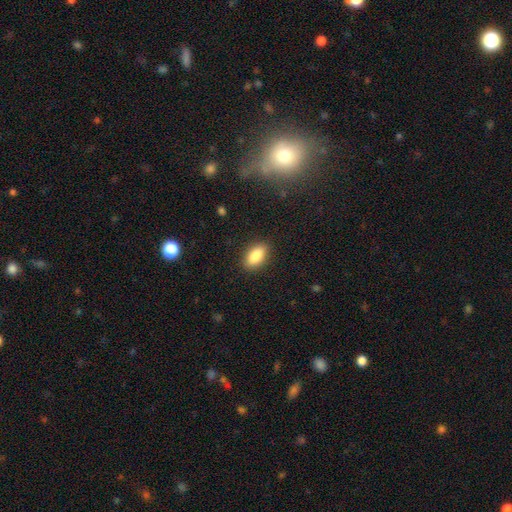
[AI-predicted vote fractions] Smooth or featured? Predicted: smooth (p=0.87). How rounded? Predicted: in between (p=0.89). Merging? Predicted: none (p=0.88).